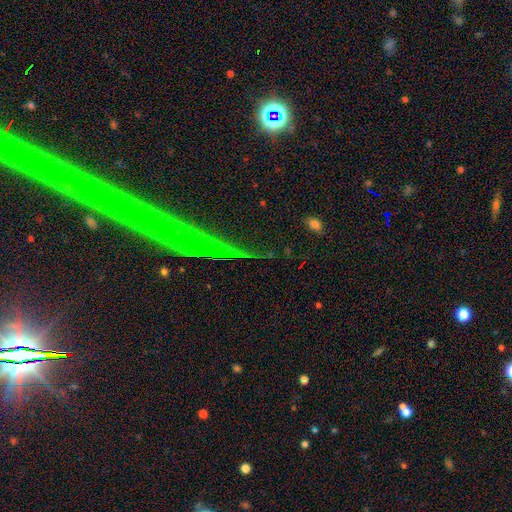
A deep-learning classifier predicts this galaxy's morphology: The model was most divided on "smooth or featured": star or artifact: 55%, featured or disk: 32%, smooth: 12%.